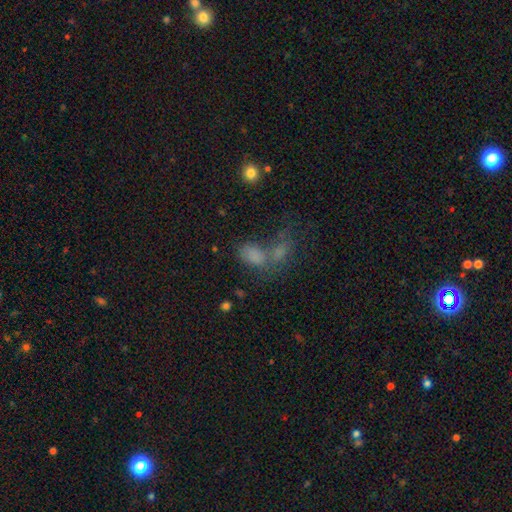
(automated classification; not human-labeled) Smooth or featured?
  - smooth: 72% *
  - star or artifact: 16%
  - featured or disk: 11%
How rounded?
  - in between: 85% *
  - round: 12%
  - cigar-shaped: 4%
Merging?
  - merger: 54% *
  - none: 26%
  - major disturbance: 11%
  - minor disturbance: 10%